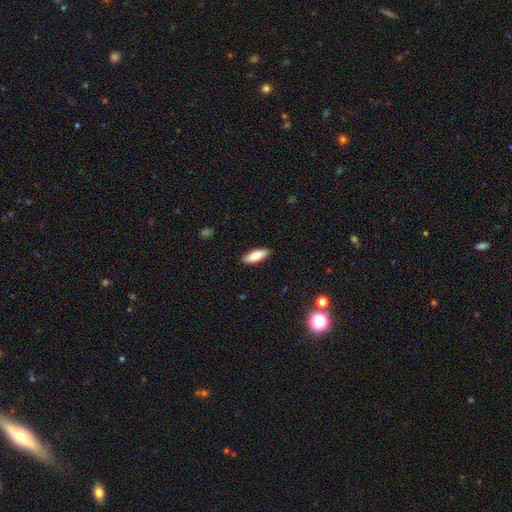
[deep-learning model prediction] This appears to be a smooth galaxy with no disk features (87%) that is in between round and cigar-shaped (67%). Merging: none (88%).